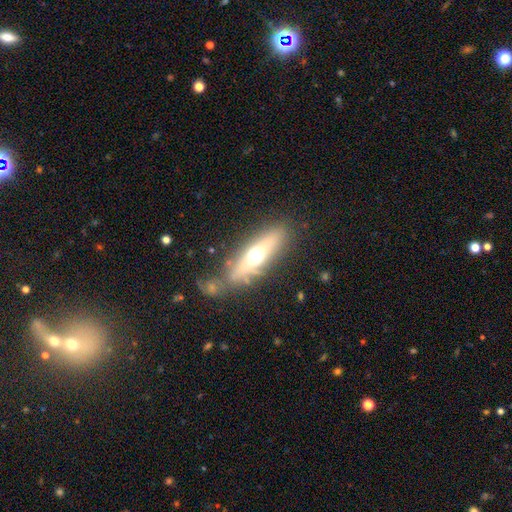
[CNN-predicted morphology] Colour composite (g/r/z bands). It shows a featured or disk galaxy (46%). Merging: none (71%).